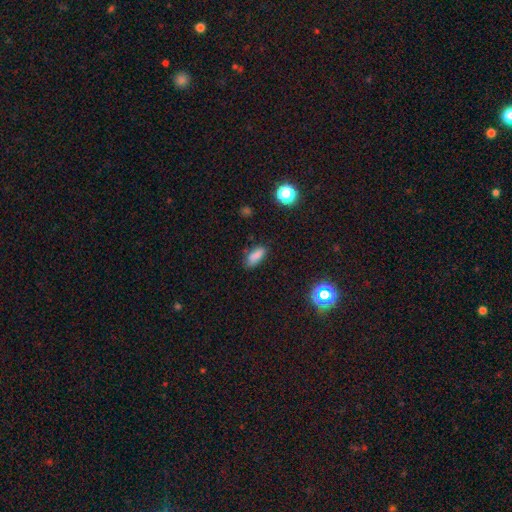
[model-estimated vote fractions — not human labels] Smooth or featured?
  - smooth: 82% *
  - star or artifact: 12%
  - featured or disk: 5%
How rounded?
  - in between: 78% *
  - cigar-shaped: 18%
  - round: 4%
Merging?
  - none: 74% *
  - minor disturbance: 19%
  - major disturbance: 4%
  - merger: 2%